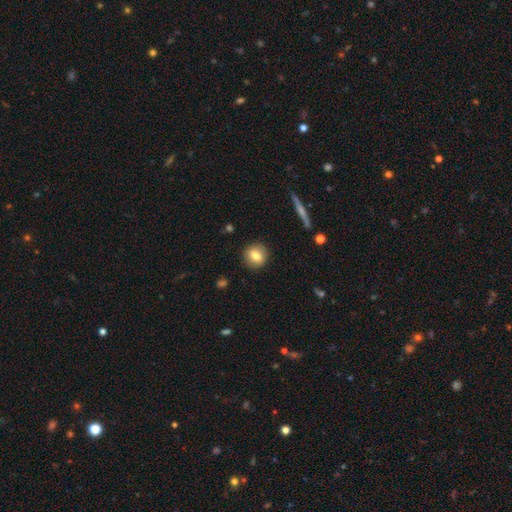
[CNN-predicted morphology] Smooth or featured? Predicted: smooth (p=0.77). How rounded? Predicted: round (p=0.84). Merging? Predicted: none (p=0.89).